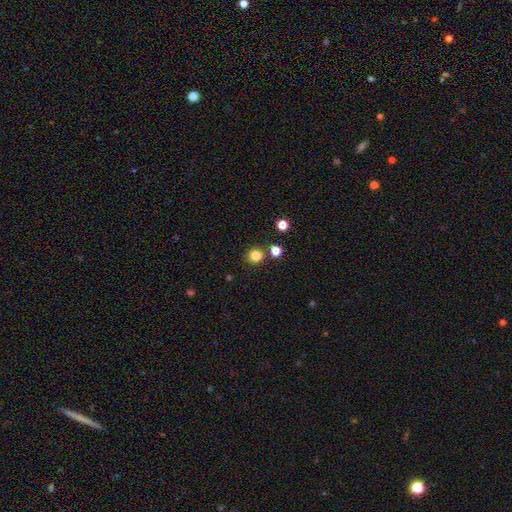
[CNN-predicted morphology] type=smooth (83%); roundness=round (90%); merging=none (84%).